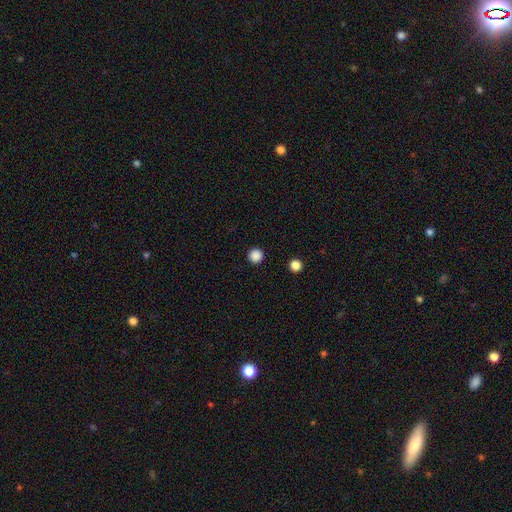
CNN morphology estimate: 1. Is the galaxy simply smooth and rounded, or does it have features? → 87% smooth, 11% star or artifact, 2% featured or disk.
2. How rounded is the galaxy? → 96% round, 3% in between, 1% cigar-shaped.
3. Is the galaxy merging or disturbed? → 93% none, 4% minor disturbance, 2% major disturbance, 1% merger.